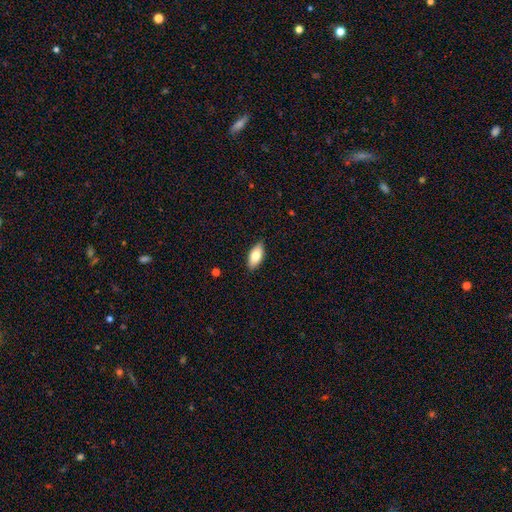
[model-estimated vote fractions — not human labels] A smooth galaxy with no disk features (76%) that is in between round and cigar-shaped (89%).

Vote fractions:
- Smooth or featured? smooth: 76% / featured or disk: 17% / star or artifact: 6%
- How rounded? in between: 89% / cigar-shaped: 9% / round: 3%
- Merging? none: 88% / minor disturbance: 10% / major disturbance: 2% / merger: 1%